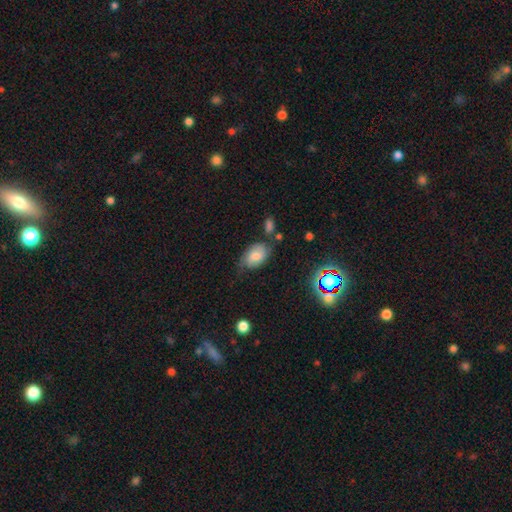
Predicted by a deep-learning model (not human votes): Overall: smooth (64%; featured or disk 25%). How rounded: in between (87%). Merging: none (49%; minor disturbance 33%).